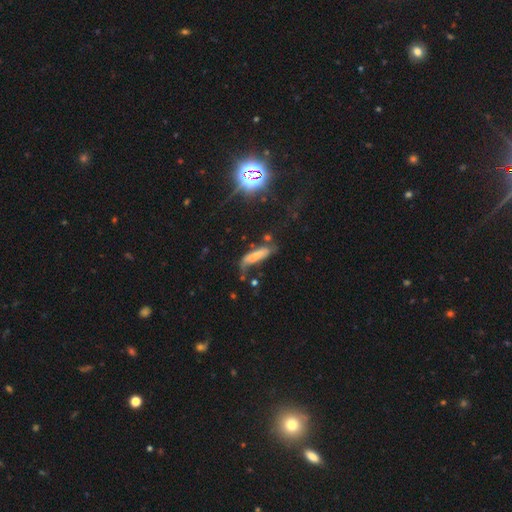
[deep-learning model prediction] Morphology: type=smooth (60%); roundness=cigar-shaped (62%); merging=none (39%).